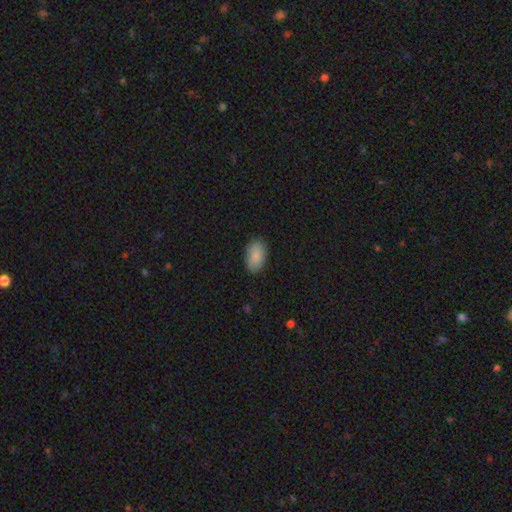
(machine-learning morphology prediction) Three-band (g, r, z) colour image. It shows a smooth galaxy with no disk features (87%) that is in between round and cigar-shaped (93%). Merging: none (85%).